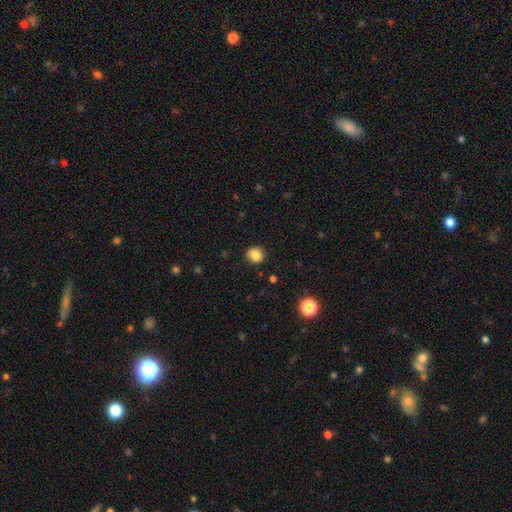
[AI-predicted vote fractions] Morphology: type=smooth (82%); roundness=round (86%); merging=none (81%).